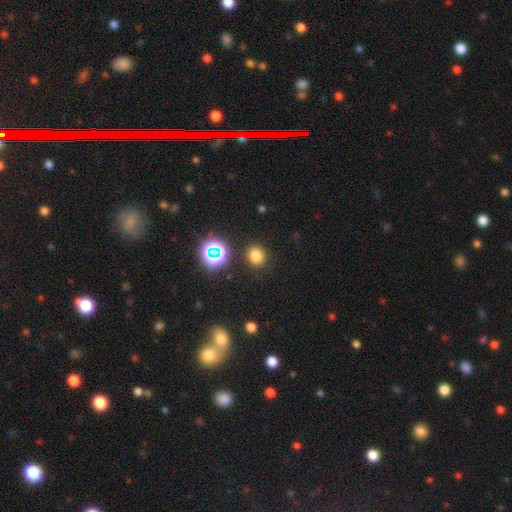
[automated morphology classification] smooth_or_featured: smooth (p=0.75) [alt: star or artifact p=0.20]
how_rounded: round (p=0.82) [alt: in between p=0.17]
merging: none (p=0.88) [alt: minor disturbance p=0.07]